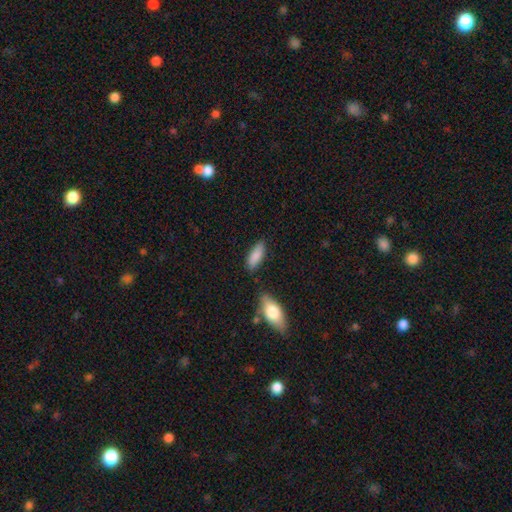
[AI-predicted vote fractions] This appears to be a smooth galaxy with no disk features (87%) that is in between round and cigar-shaped (72%). Merging: none (79%).